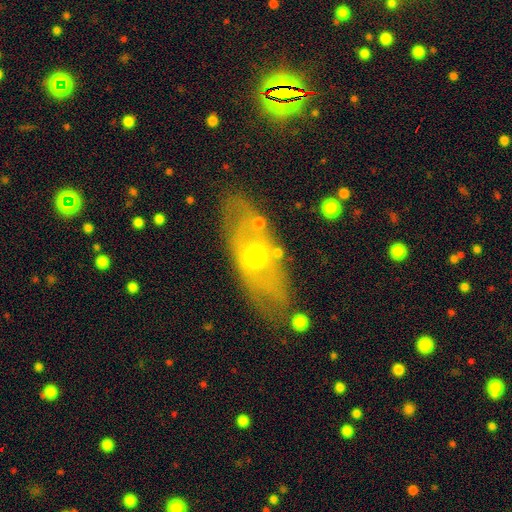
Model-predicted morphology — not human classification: Overall: featured or disk (62%; smooth 30%). Edge-on disk: no (79%). Merging: none (72%).